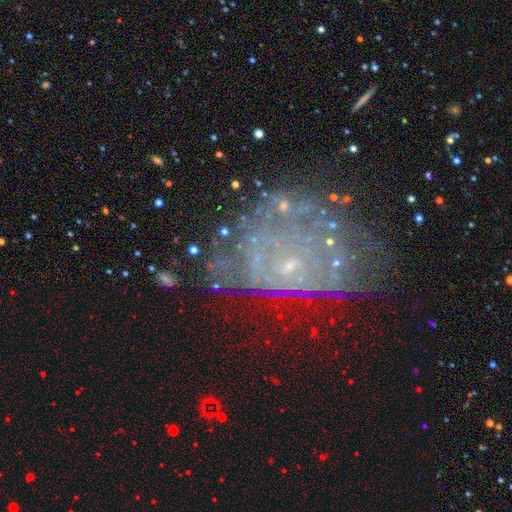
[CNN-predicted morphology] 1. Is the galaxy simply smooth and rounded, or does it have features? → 68% featured or disk, 18% star or artifact, 14% smooth.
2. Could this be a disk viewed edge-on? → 97% no, 3% yes.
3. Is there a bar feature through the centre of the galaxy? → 71% no, 23% weak, 7% strong.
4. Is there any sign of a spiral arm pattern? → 58% yes, 42% no.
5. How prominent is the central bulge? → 61% small, 24% none, 12% moderate, 2% large, 1% dominant.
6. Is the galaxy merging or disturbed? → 44% none, 27% major disturbance, 21% minor disturbance, 8% merger.